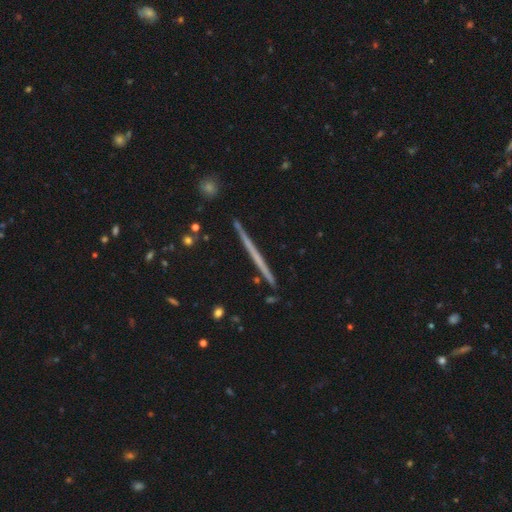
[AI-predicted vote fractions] Overall: featured or disk (60%; smooth 34%). Edge-on disk: yes (98%). Edge-on bulge: none (90%). Merging: none (92%).